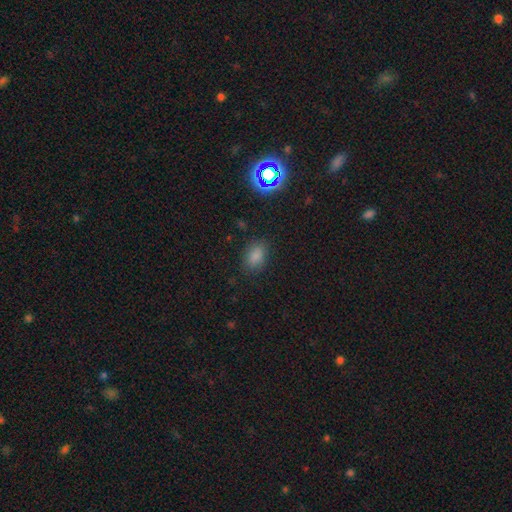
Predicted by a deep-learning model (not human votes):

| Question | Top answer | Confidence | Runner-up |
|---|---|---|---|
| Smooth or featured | smooth | 75% | star or artifact (19%) |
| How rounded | in between | 82% | round (16%) |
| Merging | none | 84% | minor disturbance (12%) |